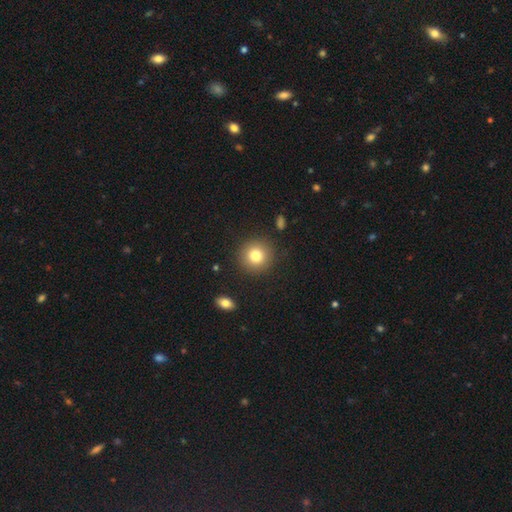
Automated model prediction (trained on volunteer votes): Q: Smooth or featured?
A: smooth (80%); runner-up: star or artifact (10%)
Q: How rounded?
A: round (92%); runner-up: in between (7%)
Q: Merging?
A: none (89%); runner-up: minor disturbance (7%)